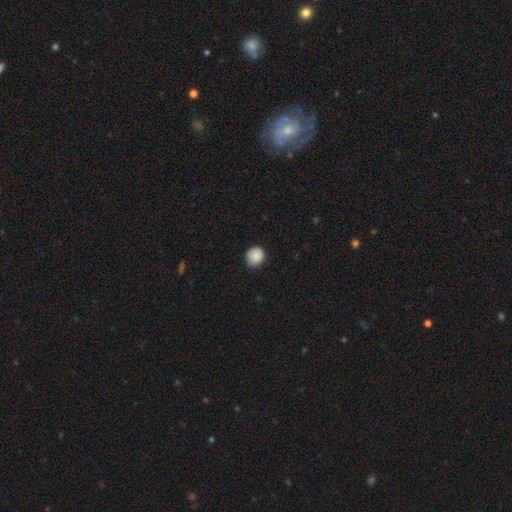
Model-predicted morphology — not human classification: A smooth galaxy with no disk features (87%) that is round (85%). Merging: none (74%).